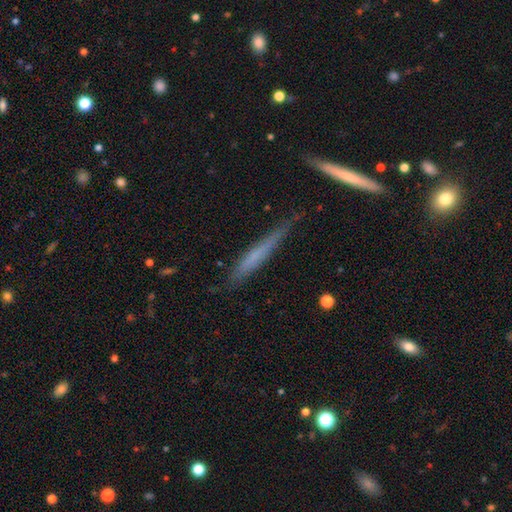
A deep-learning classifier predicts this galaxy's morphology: smooth_or_featured: smooth (p=0.55) [alt: featured or disk p=0.38]
how_rounded: cigar-shaped (p=0.95) [alt: in between p=0.03]
merging: none (p=0.72) [alt: minor disturbance p=0.21]